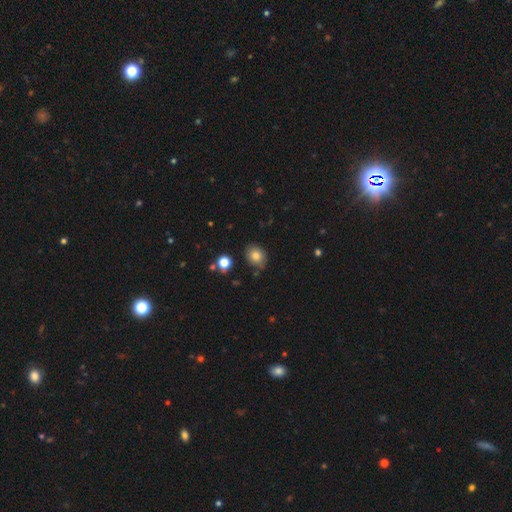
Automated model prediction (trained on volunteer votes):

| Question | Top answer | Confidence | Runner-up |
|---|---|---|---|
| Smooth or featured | smooth | 80% | star or artifact (11%) |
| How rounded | round | 60% | in between (39%) |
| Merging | none | 78% | minor disturbance (15%) |